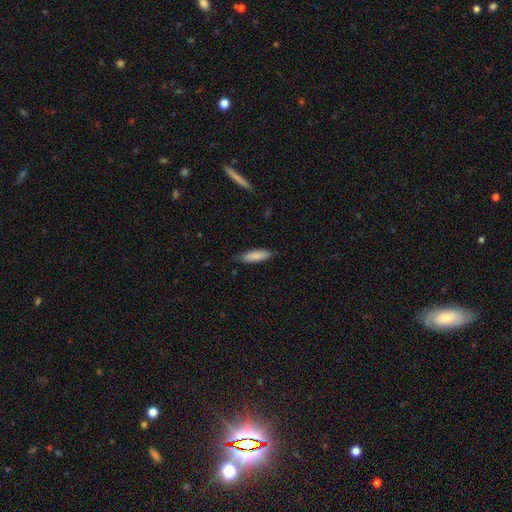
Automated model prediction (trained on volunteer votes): A smooth galaxy with no disk features (85%) that is cigar-shaped (57%). Merging: none (79%).